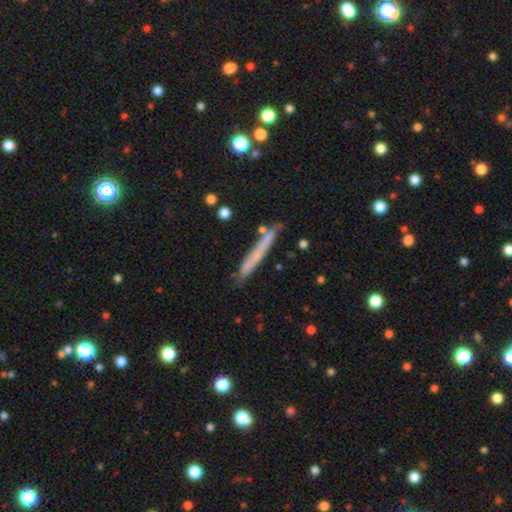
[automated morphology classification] This appears to be a smooth galaxy with no disk features (58%) that is cigar-shaped (96%). Merging: none (78%).